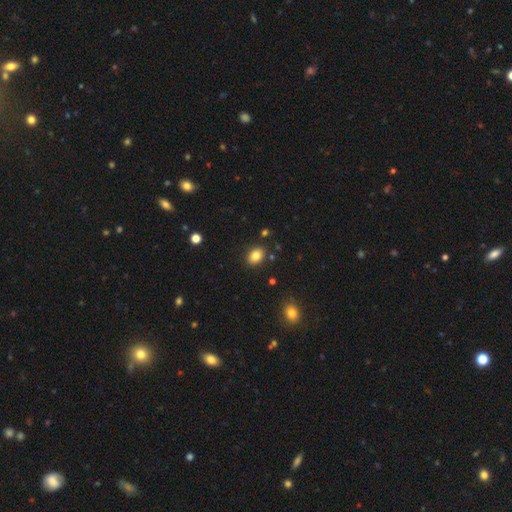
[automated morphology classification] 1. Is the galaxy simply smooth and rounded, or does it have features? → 83% smooth, 9% star or artifact, 7% featured or disk.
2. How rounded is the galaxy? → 74% in between, 25% round, 1% cigar-shaped.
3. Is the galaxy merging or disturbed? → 86% none, 9% minor disturbance, 3% merger, 2% major disturbance.